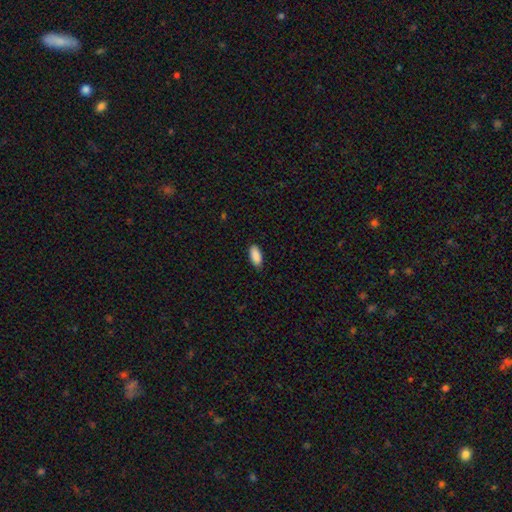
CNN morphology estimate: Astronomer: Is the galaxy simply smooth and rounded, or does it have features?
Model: smooth — 90%.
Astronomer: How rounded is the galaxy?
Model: in between — 89%.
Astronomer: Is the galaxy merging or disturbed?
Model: none — 84%.